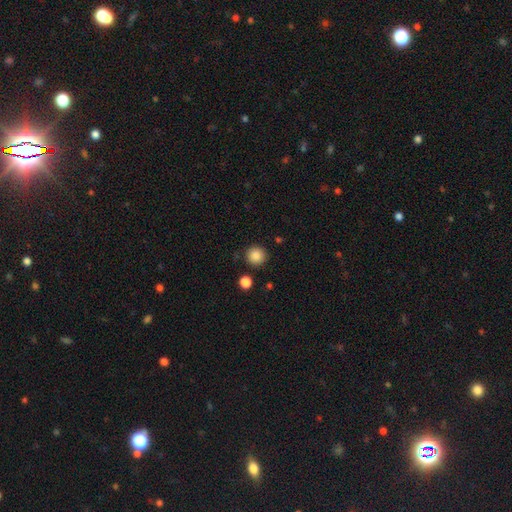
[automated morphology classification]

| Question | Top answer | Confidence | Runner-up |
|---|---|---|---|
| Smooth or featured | smooth | 87% | star or artifact (10%) |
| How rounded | round | 94% | in between (5%) |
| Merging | none | 89% | minor disturbance (7%) |